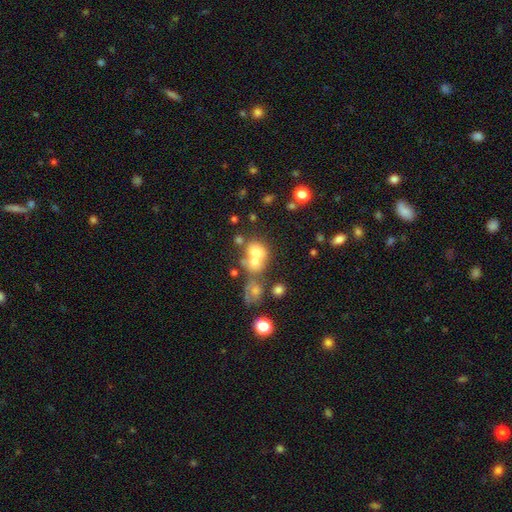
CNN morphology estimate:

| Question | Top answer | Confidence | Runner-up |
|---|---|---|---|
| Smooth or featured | smooth | 65% | featured or disk (21%) |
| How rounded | round | 62% | in between (37%) |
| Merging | merger | 58% | none (28%) |